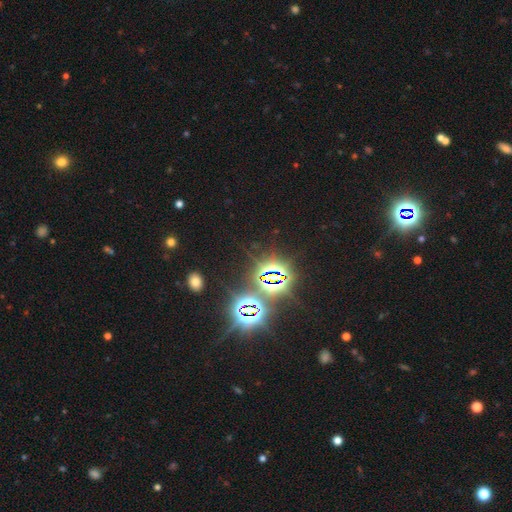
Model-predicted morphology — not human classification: Smooth or featured?
  - star or artifact: 79% *
  - smooth: 13%
  - featured or disk: 8%